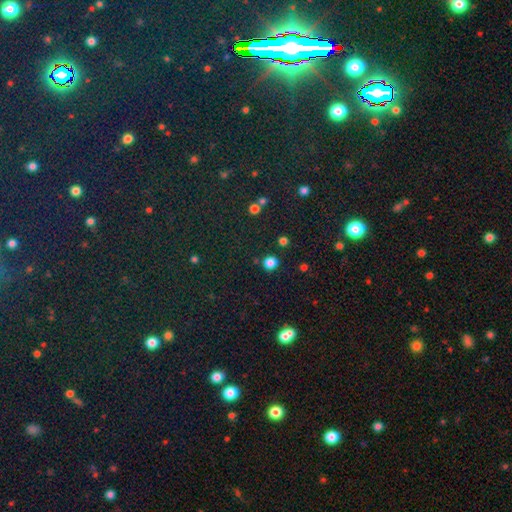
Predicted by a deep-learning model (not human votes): A star or artifact, not a galaxy (74%).

Vote fractions:
- Smooth or featured? star or artifact: 74% / smooth: 18% / featured or disk: 8%